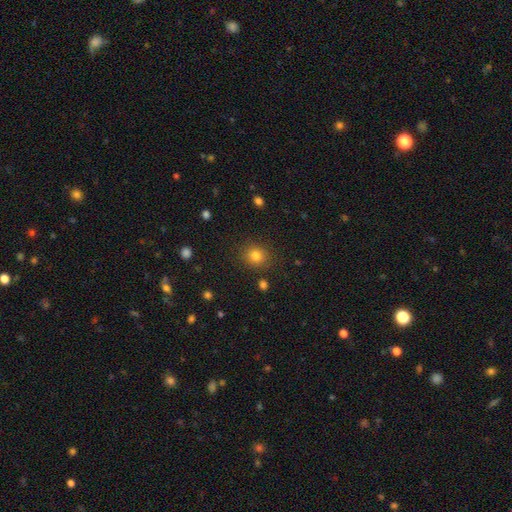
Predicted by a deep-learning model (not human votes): Smooth or featured: smooth — 81% (star or artifact — 13%)
How rounded: round — 85% (in between — 15%)
Merging: none — 87% (minor disturbance — 8%)